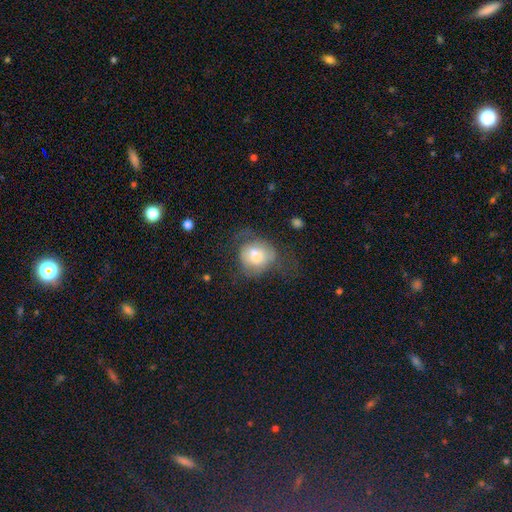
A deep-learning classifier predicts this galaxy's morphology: This appears to be a smooth galaxy with no disk features (63%) that is round (67%). Merging: none (37%).